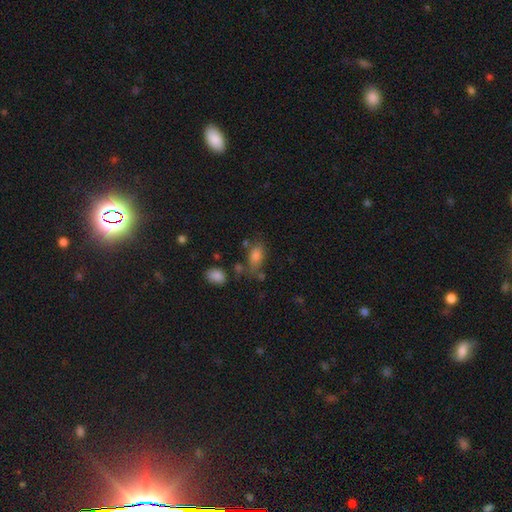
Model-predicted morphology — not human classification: Q: Smooth or featured?
A: smooth (79%); runner-up: star or artifact (11%)
Q: How rounded?
A: in between (86%); runner-up: round (8%)
Q: Merging?
A: none (55%); runner-up: minor disturbance (21%)